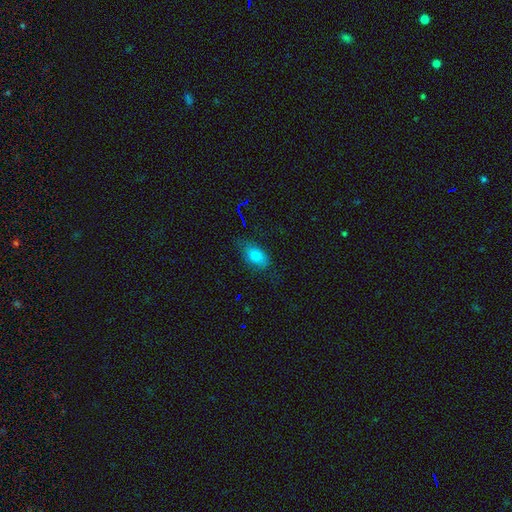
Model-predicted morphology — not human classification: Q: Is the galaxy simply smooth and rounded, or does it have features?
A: smooth — 76%.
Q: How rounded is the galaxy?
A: in between — 86%.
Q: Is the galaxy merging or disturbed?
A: none — 66%.